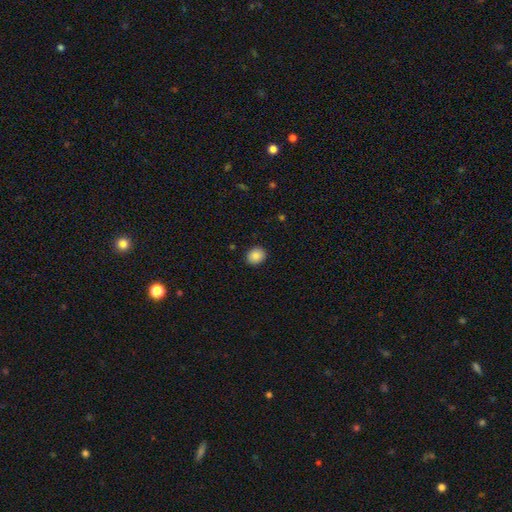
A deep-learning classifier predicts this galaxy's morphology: smooth_or_featured: smooth (p=0.87) [alt: star or artifact p=0.08]
how_rounded: round (p=0.57) [alt: in between p=0.43]
merging: none (p=0.90) [alt: minor disturbance p=0.07]